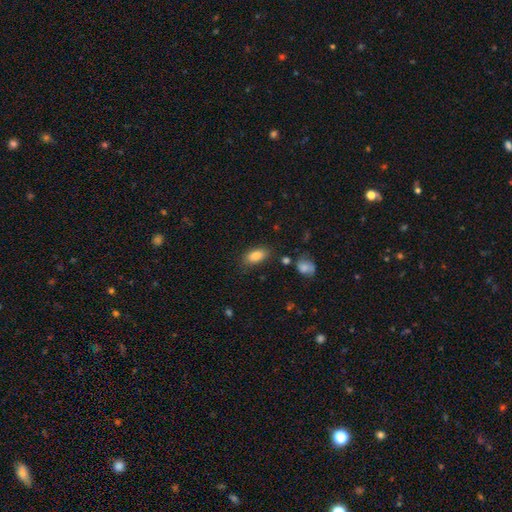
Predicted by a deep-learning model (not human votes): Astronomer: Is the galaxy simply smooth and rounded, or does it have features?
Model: smooth — 85%.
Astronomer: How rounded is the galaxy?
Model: in between — 90%.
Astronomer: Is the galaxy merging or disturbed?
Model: none — 79%.